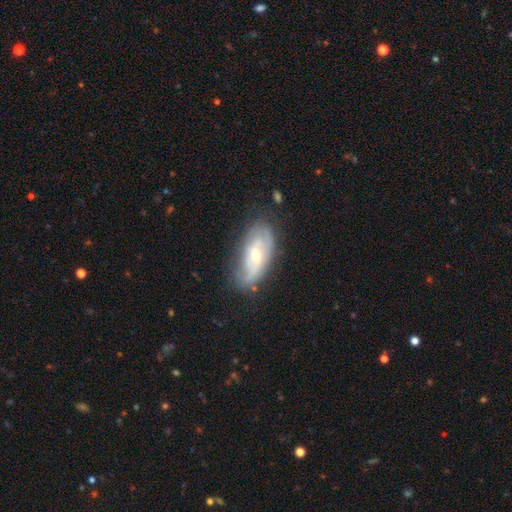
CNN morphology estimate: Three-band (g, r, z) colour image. It shows a featured or disk galaxy (65%) with no bar (46%), spiral arms (79%) and a moderate central bulge (54%). Merging: none (65%).